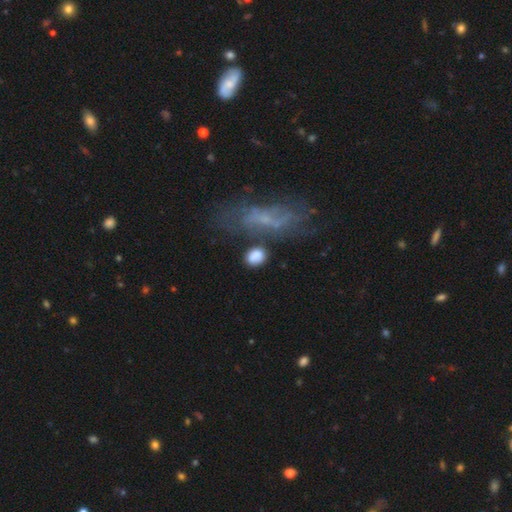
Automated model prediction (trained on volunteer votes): A smooth galaxy with no disk features (81%) that is in between round and cigar-shaped (49%). Merging: none (59%).